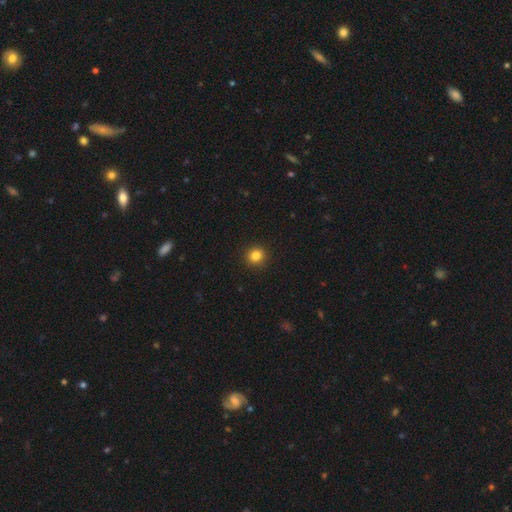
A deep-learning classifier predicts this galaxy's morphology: The model was most divided on "smooth or featured": smooth: 83%, star or artifact: 12%, featured or disk: 5%. More confident: merging — none (92%); how rounded — round (90%).